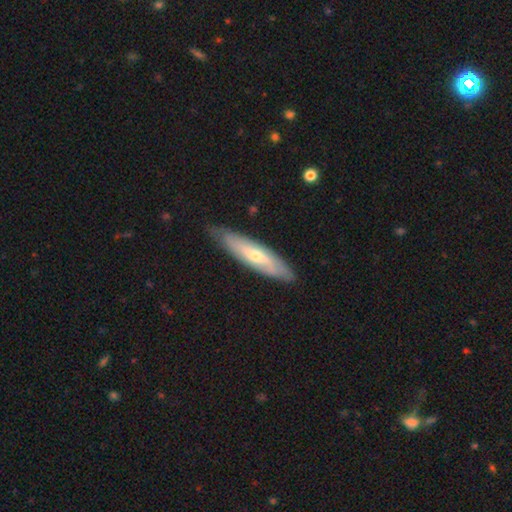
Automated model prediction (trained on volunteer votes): Overall: featured or disk (53%; smooth 42%). Edge-on disk: no (51%; yes 49%). Merging: none (81%).